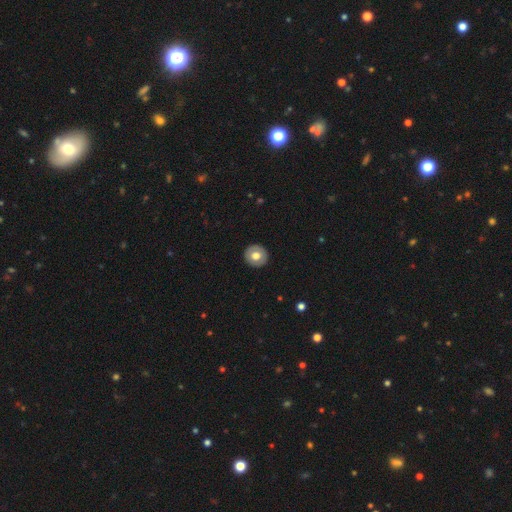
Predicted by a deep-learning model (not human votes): smooth 66%, featured or disk 28%, star or artifact 7%. Down the decision tree: how rounded — round (89%); merging — none (91%).